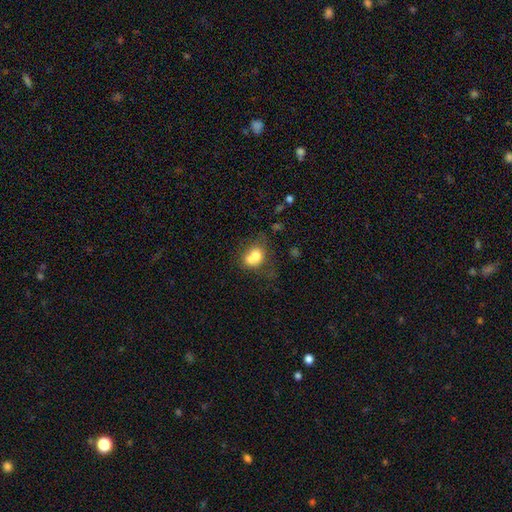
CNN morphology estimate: Smooth or featured?
  - smooth: 69% *
  - featured or disk: 21%
  - star or artifact: 10%
How rounded?
  - round: 55% *
  - in between: 43%
  - cigar-shaped: 1%
Merging?
  - merger: 57% *
  - none: 23%
  - minor disturbance: 12%
  - major disturbance: 8%